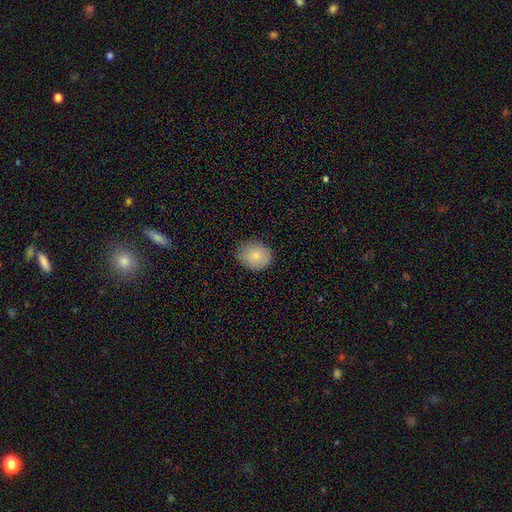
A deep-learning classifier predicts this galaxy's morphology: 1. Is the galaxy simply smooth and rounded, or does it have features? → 80% smooth, 11% featured or disk, 9% star or artifact.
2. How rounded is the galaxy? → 65% round, 34% in between, 1% cigar-shaped.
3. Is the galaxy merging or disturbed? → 80% none, 15% minor disturbance, 3% major disturbance, 1% merger.